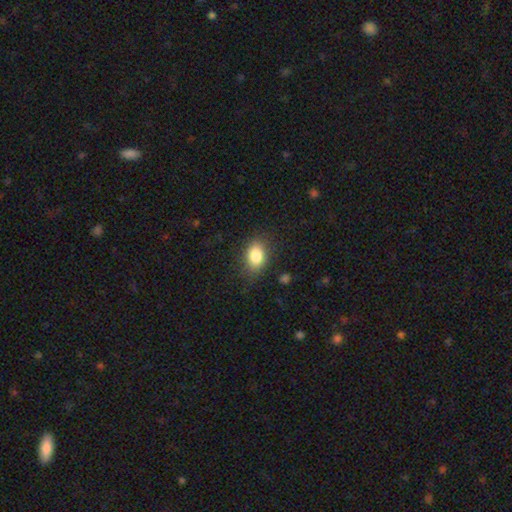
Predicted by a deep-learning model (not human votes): This appears to be a smooth galaxy with no disk features (84%) that is in between round and cigar-shaped (77%). Merging: none (80%).